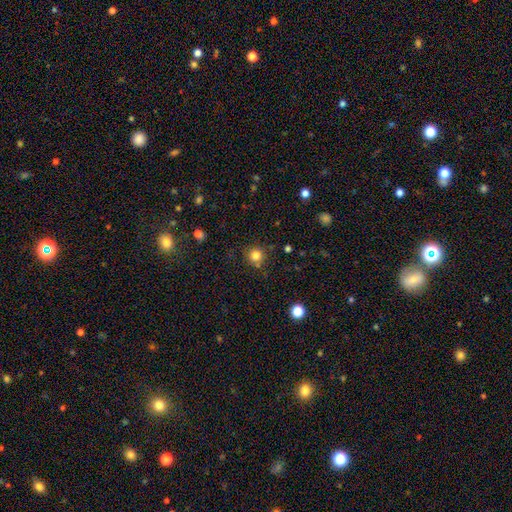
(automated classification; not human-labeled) Smooth or featured? smooth (82%)
How rounded? round (93%)
Merging? none (80%)